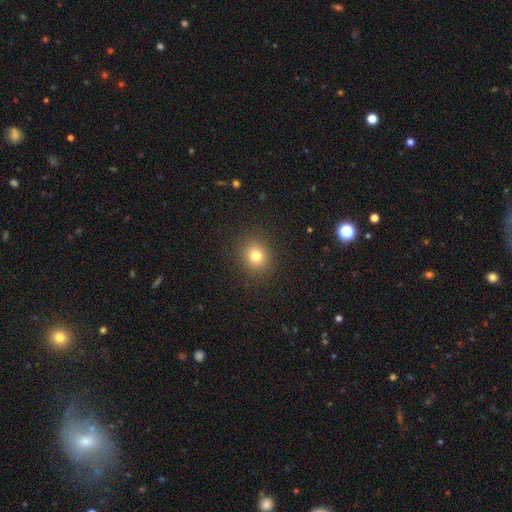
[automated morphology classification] type=smooth (79%); roundness=round (76%); merging=none (89%).